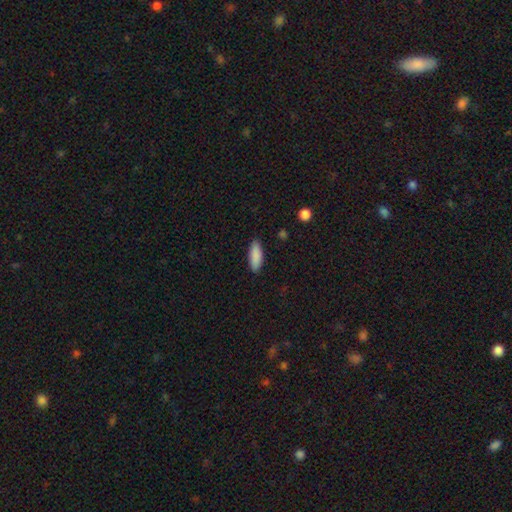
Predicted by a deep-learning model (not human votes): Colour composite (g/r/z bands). It shows a smooth galaxy with no disk features (89%) that is in between round and cigar-shaped (70%). Merging: none (88%).